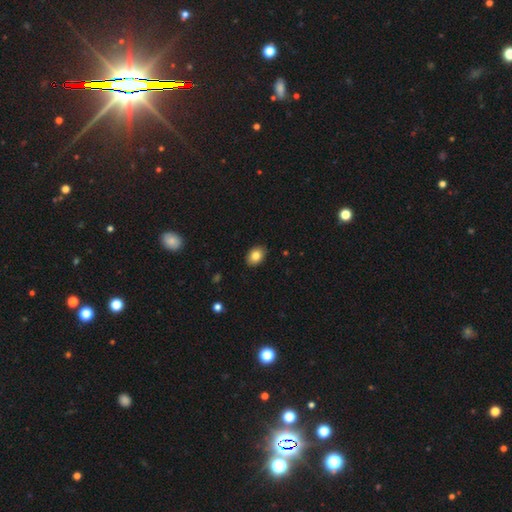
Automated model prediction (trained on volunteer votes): Smooth or featured: smooth — 84% (star or artifact — 9%)
How rounded: in between — 74% (round — 25%)
Merging: none — 88% (minor disturbance — 10%)